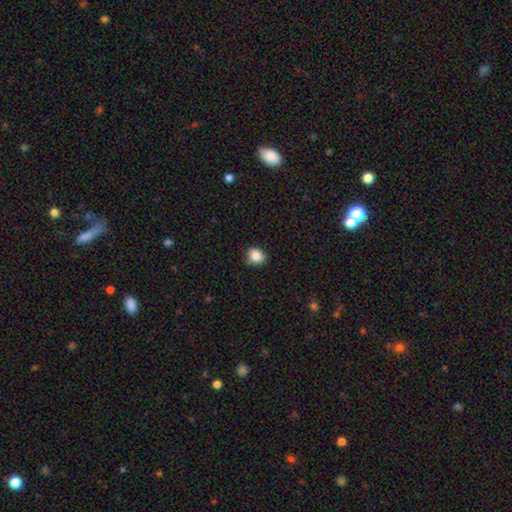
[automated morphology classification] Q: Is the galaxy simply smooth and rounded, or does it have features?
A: smooth — 86%.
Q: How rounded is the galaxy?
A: round — 60%.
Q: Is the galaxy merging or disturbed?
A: none — 79%.